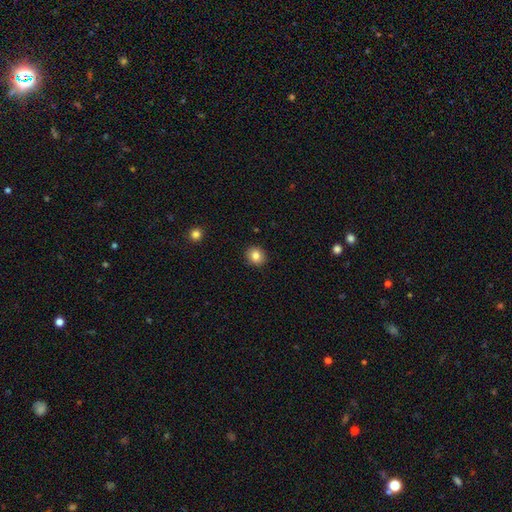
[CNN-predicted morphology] The model was most divided on "how rounded": round: 81%, in between: 18%, cigar-shaped: 1%. More confident: merging — none (91%); smooth or featured — smooth (83%).